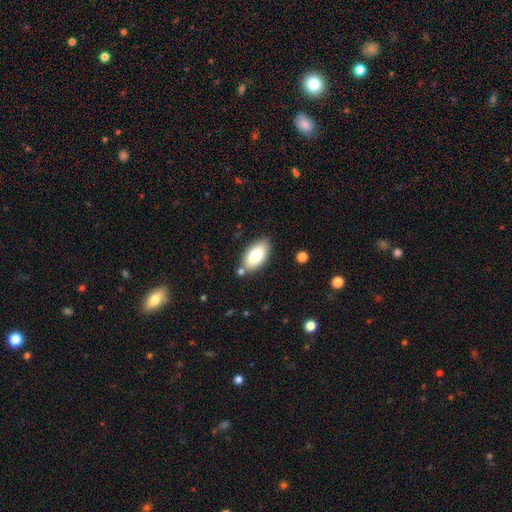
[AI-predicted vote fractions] smooth 78%, featured or disk 14%, star or artifact 7%. Down the decision tree: how rounded — in between (94%); merging — none (80%).